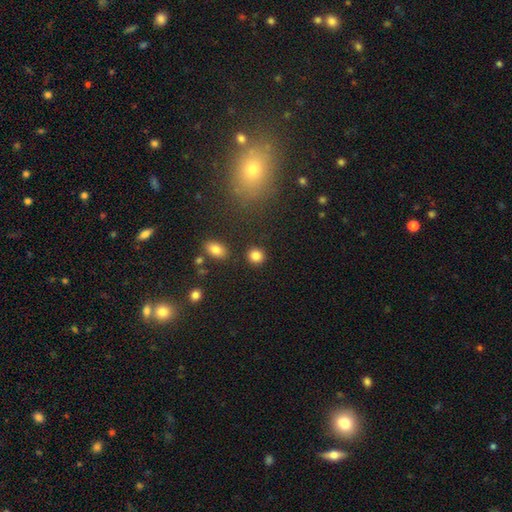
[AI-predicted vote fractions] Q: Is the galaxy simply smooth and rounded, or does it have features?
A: smooth — 85%.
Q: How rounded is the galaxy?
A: round — 85%.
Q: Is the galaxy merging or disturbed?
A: none — 88%.